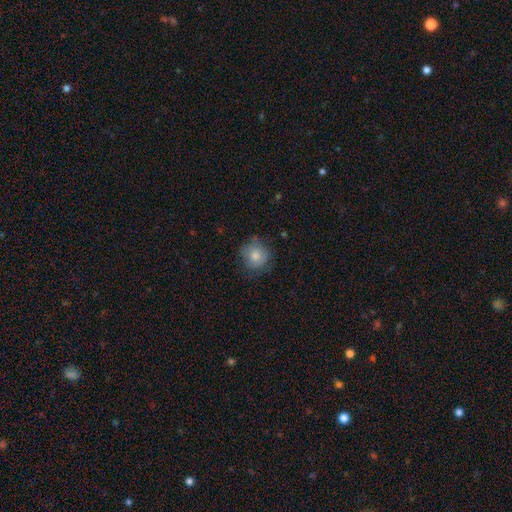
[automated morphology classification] Smooth or featured? Predicted: smooth (p=0.79). How rounded? Predicted: round (p=0.86). Merging? Predicted: none (p=0.69).